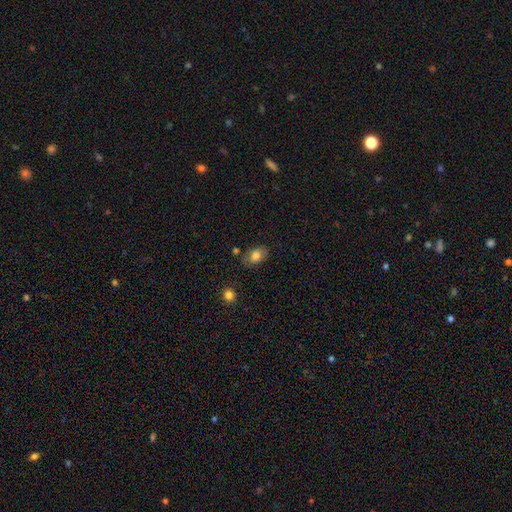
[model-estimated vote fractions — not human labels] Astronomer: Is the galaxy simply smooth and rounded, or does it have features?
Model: smooth — 80%.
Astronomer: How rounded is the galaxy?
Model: in between — 83%.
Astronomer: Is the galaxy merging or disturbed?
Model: none — 78%.